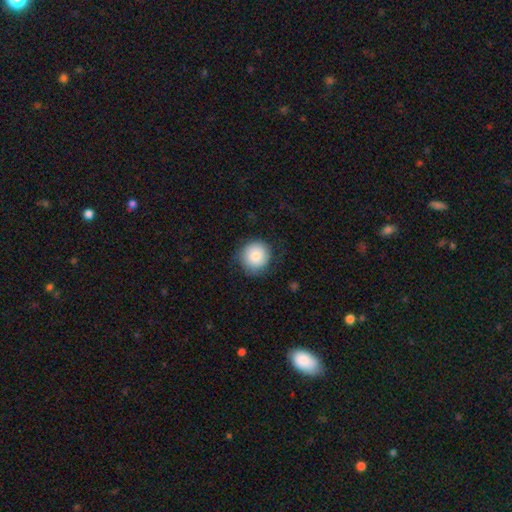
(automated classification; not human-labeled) Smooth or featured? Predicted: smooth (p=0.82). How rounded? Predicted: round (p=0.91). Merging? Predicted: none (p=0.78).